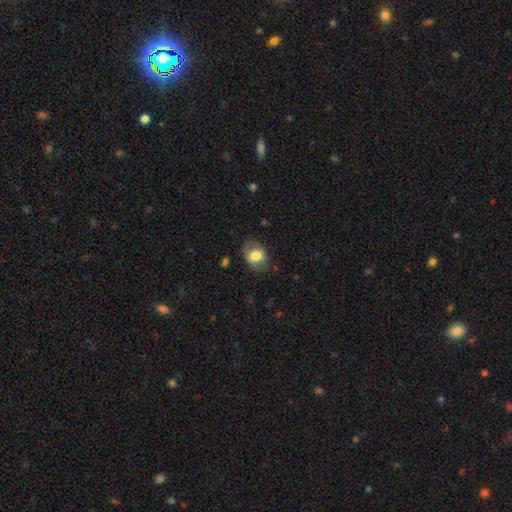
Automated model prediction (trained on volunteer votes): A smooth galaxy with no disk features (72%) that is in between round and cigar-shaped (69%). Merging: none (73%).